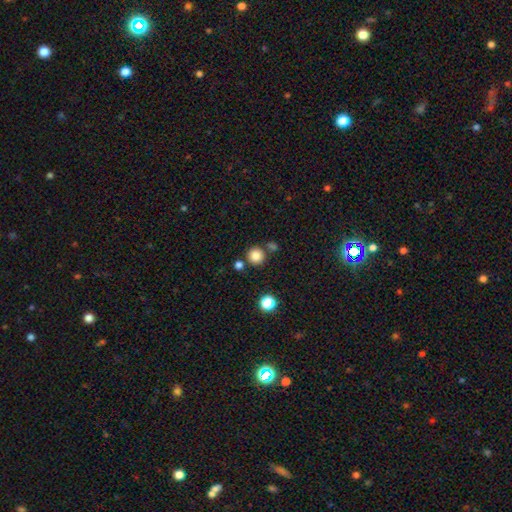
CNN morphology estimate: Smooth or featured? Predicted: smooth (p=0.83). How rounded? Predicted: round (p=0.94). Merging? Predicted: none (p=0.77).